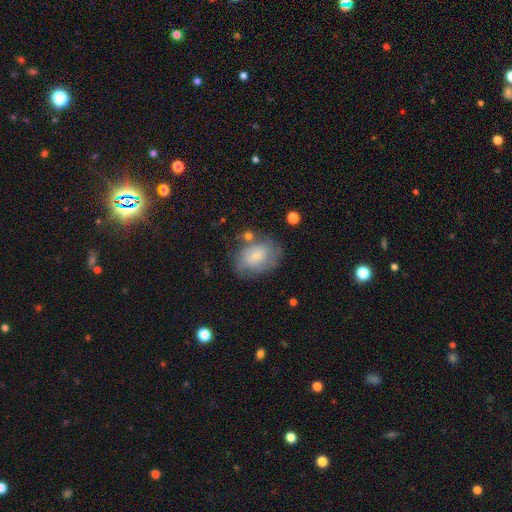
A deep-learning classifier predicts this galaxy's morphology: Smooth or featured? smooth (66%)
How rounded? in between (68%)
Merging? none (57%)